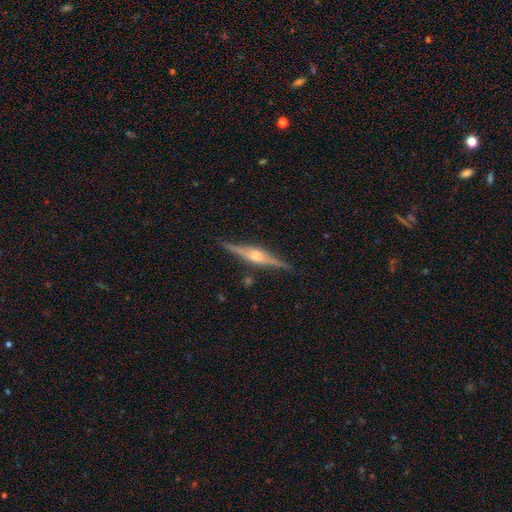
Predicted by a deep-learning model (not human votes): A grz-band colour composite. It shows a featured or disk galaxy (85%) viewed edge-on (98%) with a rounded central bulge (90%). Merging: none (90%).